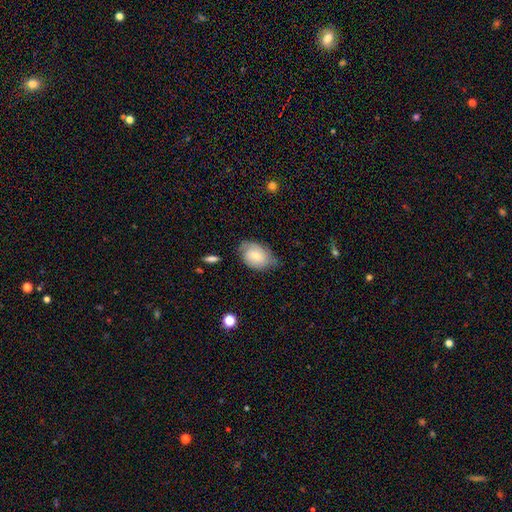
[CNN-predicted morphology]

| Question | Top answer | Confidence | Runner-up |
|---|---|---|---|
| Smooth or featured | smooth | 59% | featured or disk (34%) |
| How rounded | in between | 83% | round (16%) |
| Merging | none | 59% | minor disturbance (31%) |